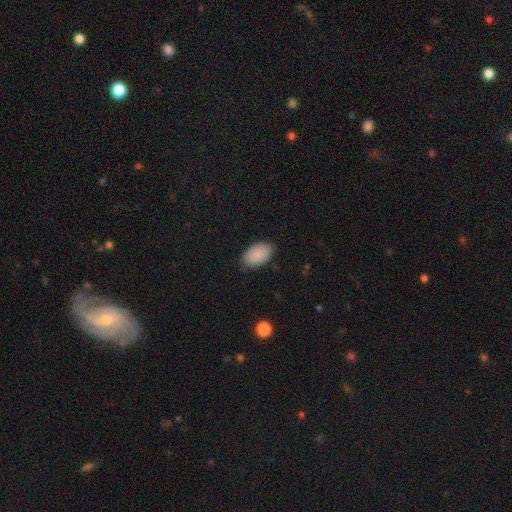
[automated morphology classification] smooth-or-featured: smooth: 88% | star or artifact: 7% | featured or disk: 5%
  how-rounded: in between: 93% | round: 5% | cigar-shaped: 1%
  merging: none: 81% | minor disturbance: 16% | major disturbance: 3% | merger: 1%